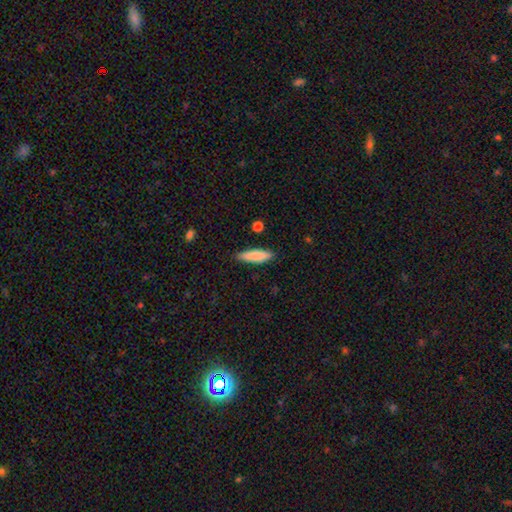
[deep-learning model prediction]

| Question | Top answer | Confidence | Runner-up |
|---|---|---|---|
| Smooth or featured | smooth | 83% | featured or disk (11%) |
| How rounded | cigar-shaped | 67% | in between (32%) |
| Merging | none | 87% | minor disturbance (10%) |